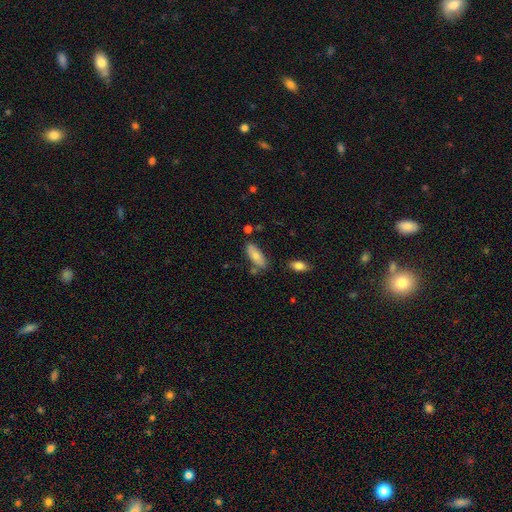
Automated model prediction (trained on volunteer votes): The model was most divided on "how rounded": in between: 73%, cigar-shaped: 25%, round: 2%. More confident: smooth or featured — smooth (76%); merging — none (73%).